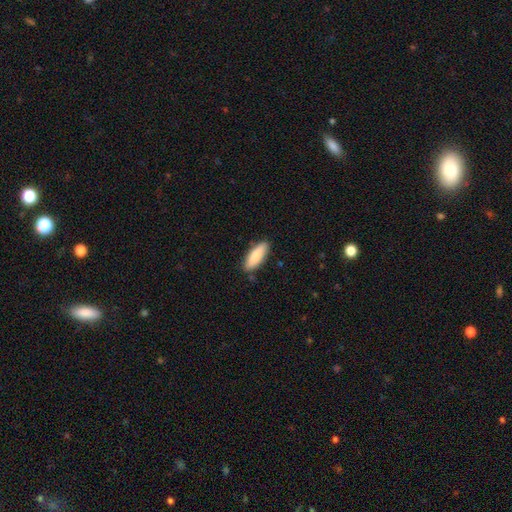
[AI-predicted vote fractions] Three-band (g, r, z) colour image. It shows a smooth galaxy with no disk features (86%) that is in between round and cigar-shaped (65%). Merging: none (86%).